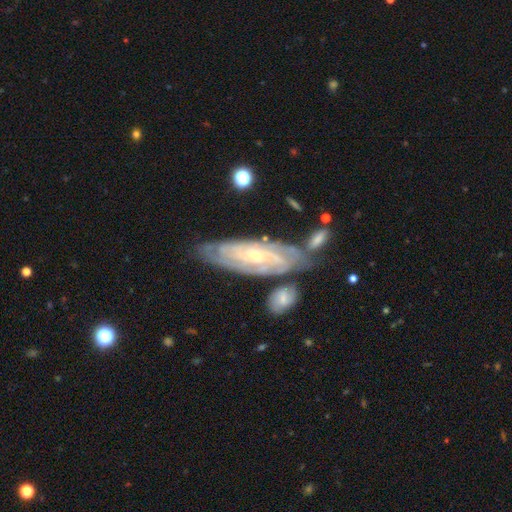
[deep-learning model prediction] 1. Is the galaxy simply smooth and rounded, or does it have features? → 85% featured or disk, 10% smooth, 6% star or artifact.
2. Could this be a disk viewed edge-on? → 87% no, 13% yes.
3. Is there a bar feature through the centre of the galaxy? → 58% no, 31% weak, 11% strong.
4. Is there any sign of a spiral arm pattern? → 94% yes, 6% no.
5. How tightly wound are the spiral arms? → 74% tight, 21% medium, 5% loose.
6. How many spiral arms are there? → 42% can't tell, 22% 2, 16% 3, 11% 4, 5% more than 4, 4% 1.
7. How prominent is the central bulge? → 65% small, 32% moderate, 1% large, 1% none, 1% dominant.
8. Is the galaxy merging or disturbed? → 64% none, 18% minor disturbance, 13% merger, 5% major disturbance.